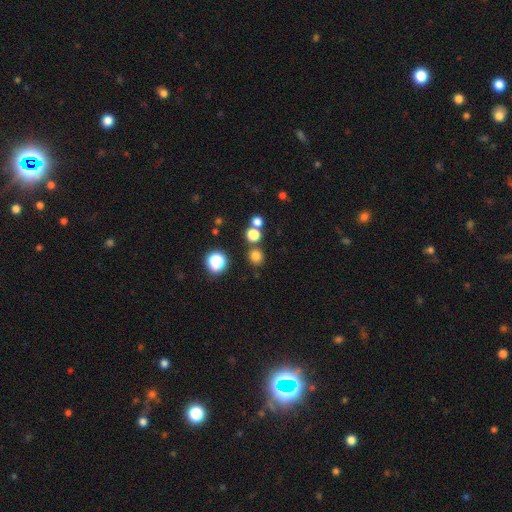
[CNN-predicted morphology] The model was most divided on "smooth or featured": smooth: 75%, star or artifact: 19%, featured or disk: 5%. More confident: how rounded — round (90%); merging — none (78%).